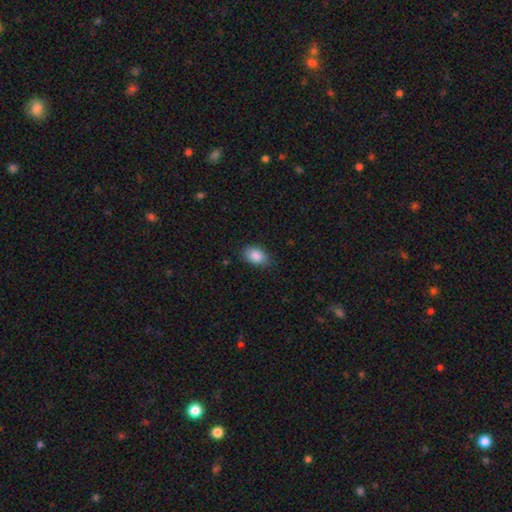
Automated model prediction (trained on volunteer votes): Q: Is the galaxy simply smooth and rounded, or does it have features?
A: smooth — 88%.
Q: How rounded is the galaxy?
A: in between — 87%.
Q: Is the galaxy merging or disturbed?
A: none — 81%.